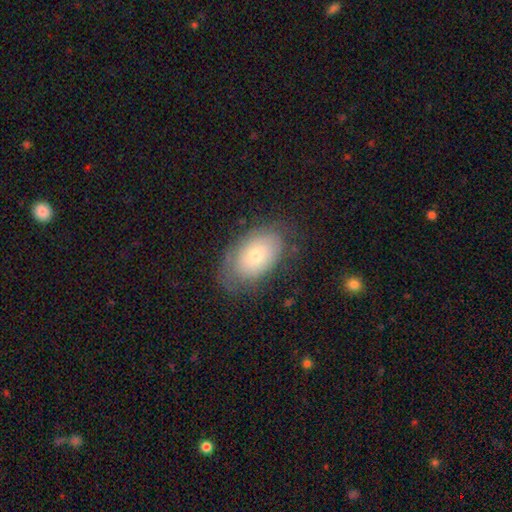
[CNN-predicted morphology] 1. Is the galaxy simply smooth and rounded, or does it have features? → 56% smooth, 36% featured or disk, 8% star or artifact.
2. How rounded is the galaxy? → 90% in between, 9% round, 1% cigar-shaped.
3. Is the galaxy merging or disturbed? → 68% none, 22% minor disturbance, 9% major disturbance, 1% merger.